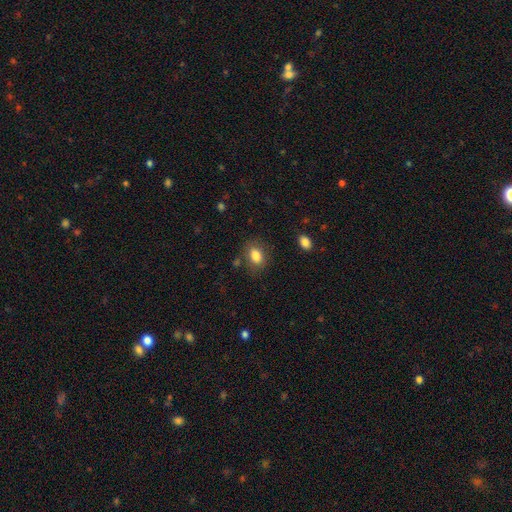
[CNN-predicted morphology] Smooth or featured? smooth (83%)
How rounded? in between (75%)
Merging? none (79%)